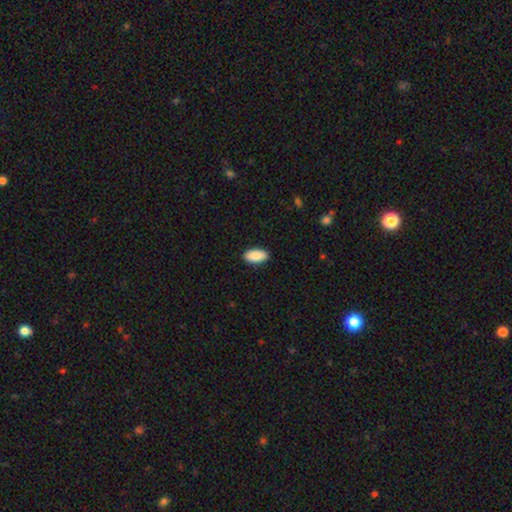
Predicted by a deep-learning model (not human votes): A smooth galaxy with no disk features (89%) that is in between round and cigar-shaped (93%).

Vote fractions:
- Smooth or featured? smooth: 89% / star or artifact: 6% / featured or disk: 5%
- How rounded? in between: 93% / cigar-shaped: 5% / round: 2%
- Merging? none: 90% / minor disturbance: 7% / major disturbance: 2% / merger: 1%